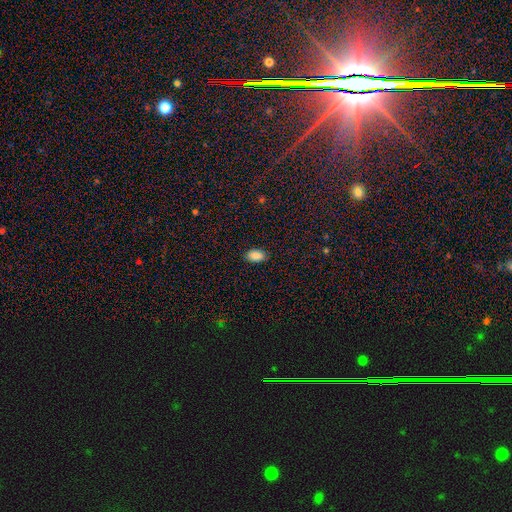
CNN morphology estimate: smooth_or_featured: smooth (p=0.88) [alt: star or artifact p=0.08]
how_rounded: in between (p=0.92) [alt: round p=0.07]
merging: none (p=0.88) [alt: minor disturbance p=0.09]